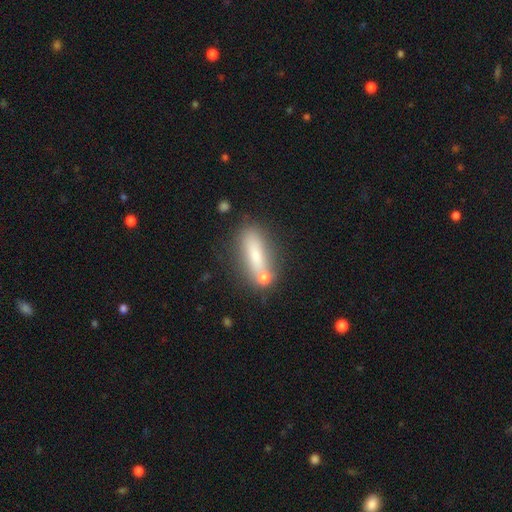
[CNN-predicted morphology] A smooth galaxy with no disk features (71%) that is in between round and cigar-shaped (48%, tied with cigar-shaped). Merging: none (61%).